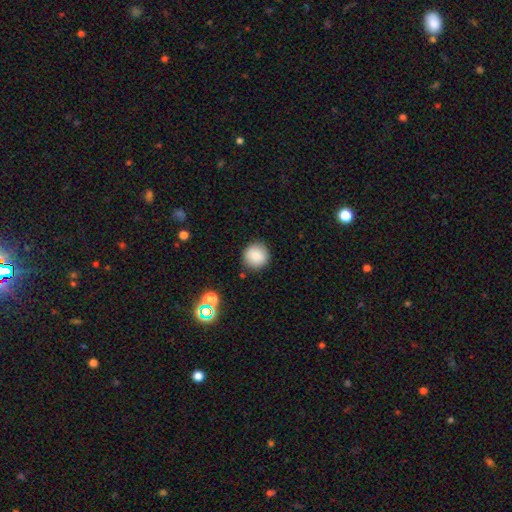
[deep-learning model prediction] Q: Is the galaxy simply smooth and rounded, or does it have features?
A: smooth — 85%.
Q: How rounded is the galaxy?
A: round — 93%.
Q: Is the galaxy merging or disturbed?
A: none — 89%.